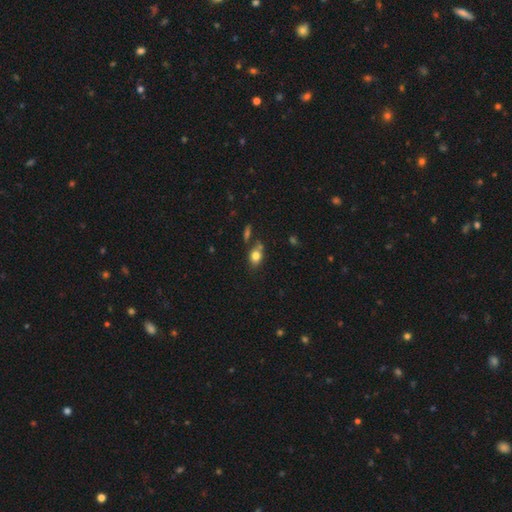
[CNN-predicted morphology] This appears to be a smooth galaxy with no disk features (79%) that is in between round and cigar-shaped (62%). Merging: none (61%).